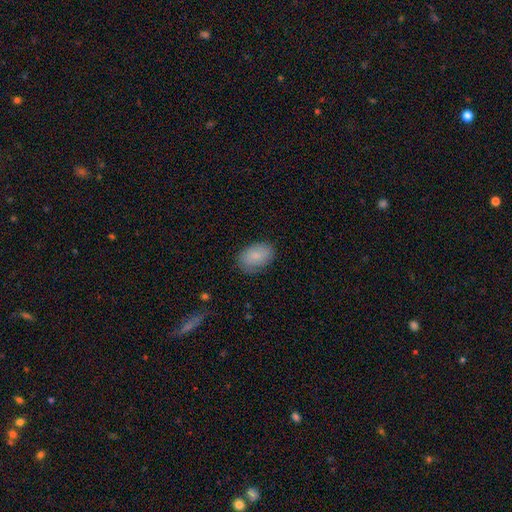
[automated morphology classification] This is clearly a smooth galaxy (83%). How rounded: clearly in between (83%). Merging: clearly none (81%).